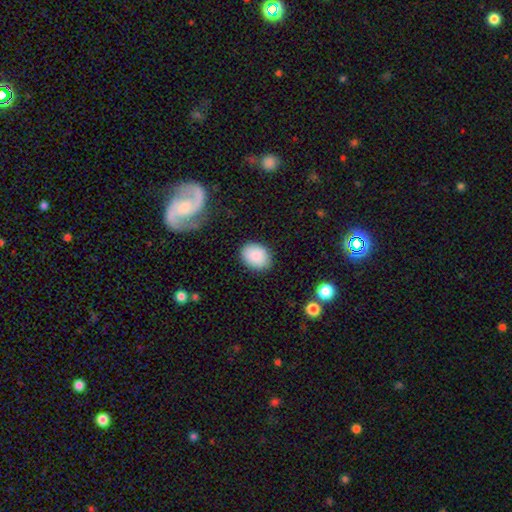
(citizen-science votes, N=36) Q: Smooth or featured?
A: smooth (92%); runner-up: featured or disk (6%)
Q: How rounded?
A: in between (73%); runner-up: round (27%)
Q: Merging?
A: none (91%); runner-up: minor disturbance (6%)